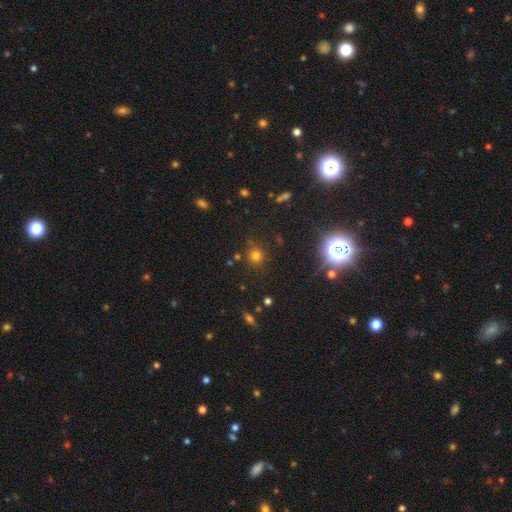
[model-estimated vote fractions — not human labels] smooth_or_featured: smooth (p=0.68) [alt: star or artifact p=0.25]
how_rounded: round (p=0.91) [alt: in between p=0.08]
merging: none (p=0.81) [alt: minor disturbance p=0.10]